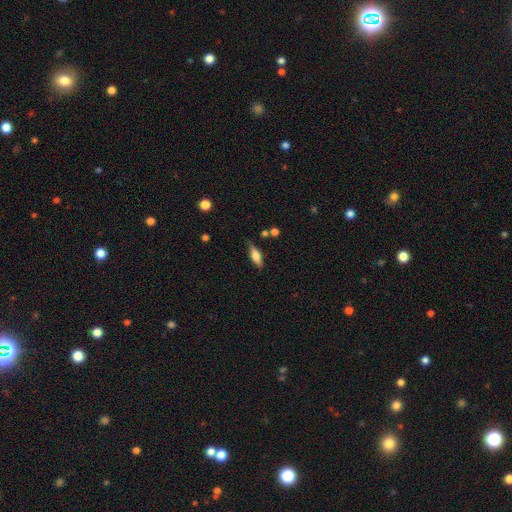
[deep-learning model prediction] Q: Smooth or featured?
A: smooth (66%); runner-up: featured or disk (27%)
Q: How rounded?
A: in between (61%); runner-up: cigar-shaped (36%)
Q: Merging?
A: none (75%); runner-up: minor disturbance (18%)